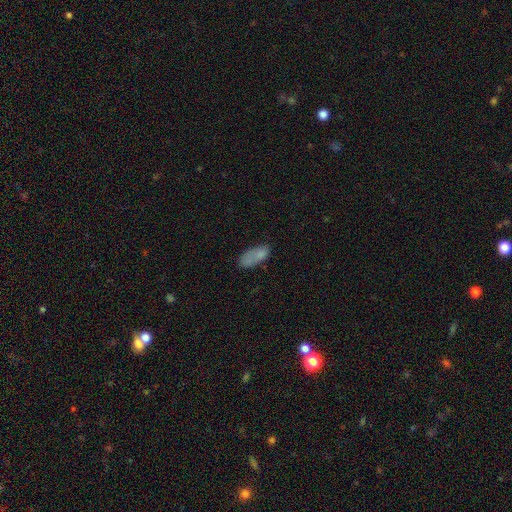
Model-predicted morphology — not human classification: The model was most divided on "merging": none: 50%, minor disturbance: 25%, major disturbance: 13%, merger: 13%. More confident: how rounded — in between (82%); smooth or featured — smooth (74%).